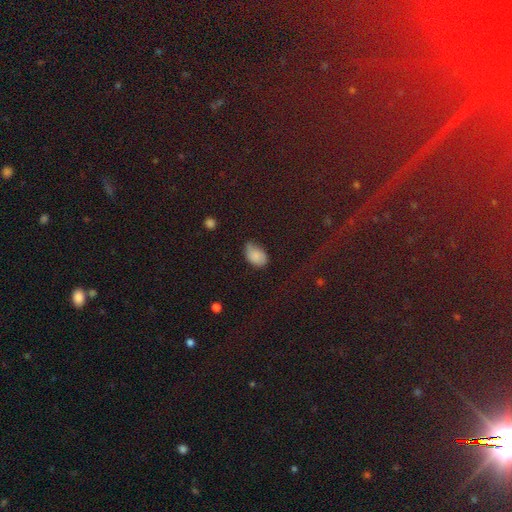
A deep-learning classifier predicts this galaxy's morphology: smooth-or-featured: smooth: 78% | star or artifact: 11% | featured or disk: 11%
  how-rounded: in between: 87% | round: 12% | cigar-shaped: 1%
  merging: none: 46% | minor disturbance: 40% | major disturbance: 11% | merger: 3%